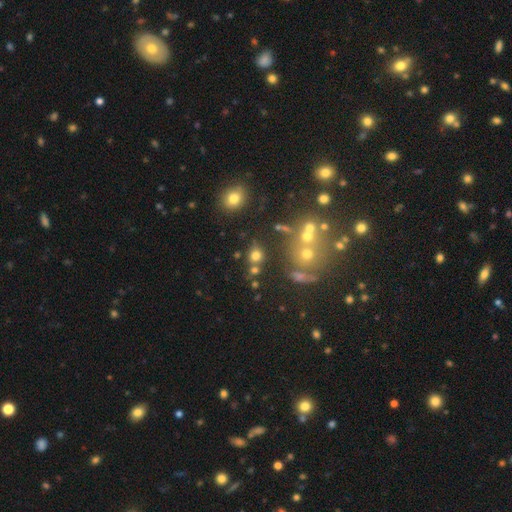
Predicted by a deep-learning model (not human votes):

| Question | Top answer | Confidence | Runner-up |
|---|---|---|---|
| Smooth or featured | smooth | 71% | star or artifact (19%) |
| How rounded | round | 76% | in between (23%) |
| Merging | none | 67% | merger (17%) |